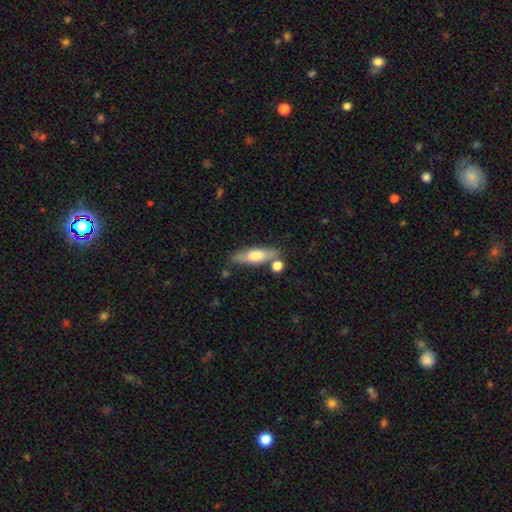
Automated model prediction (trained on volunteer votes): Smooth or featured?
  - smooth: 60% *
  - featured or disk: 34%
  - star or artifact: 6%
How rounded?
  - cigar-shaped: 51% *
  - in between: 45%
  - round: 3%
Merging?
  - none: 72% *
  - minor disturbance: 14%
  - merger: 11%
  - major disturbance: 4%